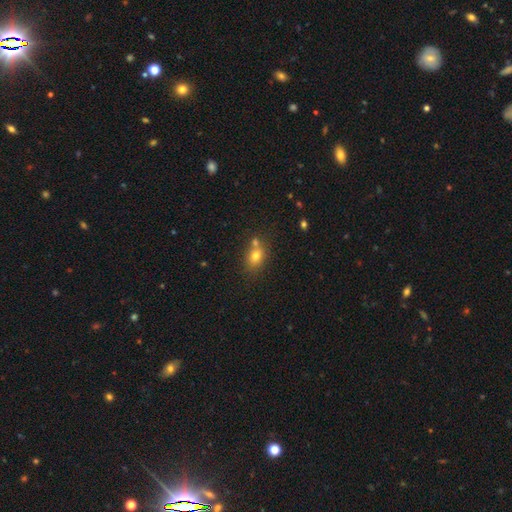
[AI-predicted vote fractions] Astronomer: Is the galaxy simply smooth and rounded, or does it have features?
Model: smooth — 71%.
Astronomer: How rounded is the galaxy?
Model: in between — 51% (runner-up: round, 47%).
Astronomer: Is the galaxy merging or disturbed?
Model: none — 57%.